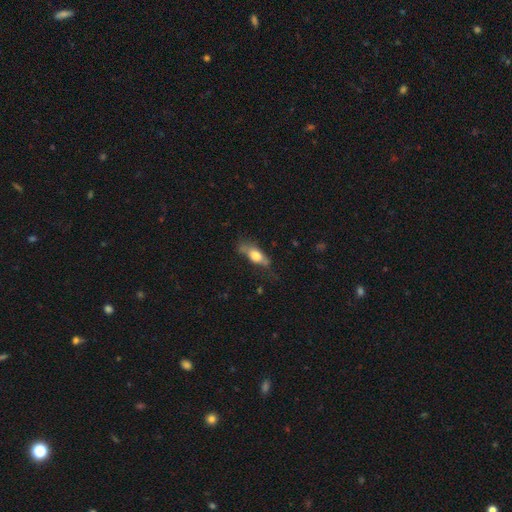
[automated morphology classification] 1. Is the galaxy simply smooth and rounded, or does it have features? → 64% smooth, 29% featured or disk, 7% star or artifact.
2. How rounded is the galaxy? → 69% in between, 26% cigar-shaped, 5% round.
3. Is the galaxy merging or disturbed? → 52% none, 30% minor disturbance, 14% major disturbance, 3% merger.